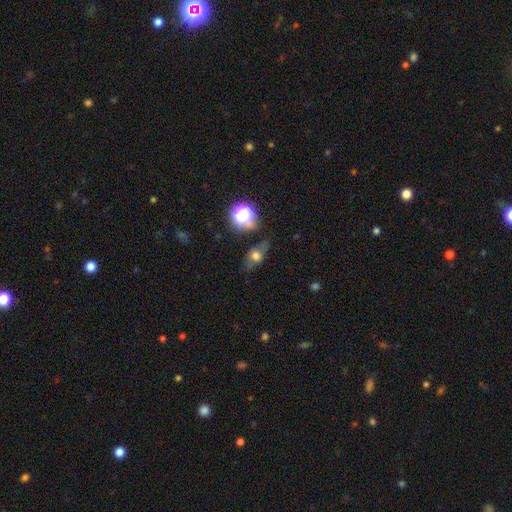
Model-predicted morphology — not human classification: smooth 48%, featured or disk 35%, star or artifact 17%. Down the decision tree: merging — none (66%).